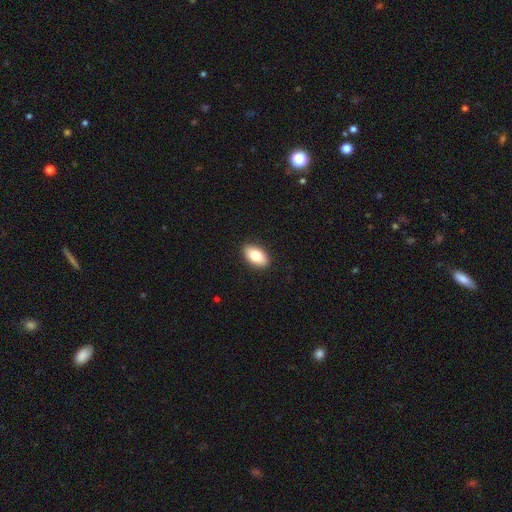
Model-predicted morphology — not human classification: This is clearly a smooth galaxy (82%). How rounded: clearly in between (93%). Merging: clearly none (90%).